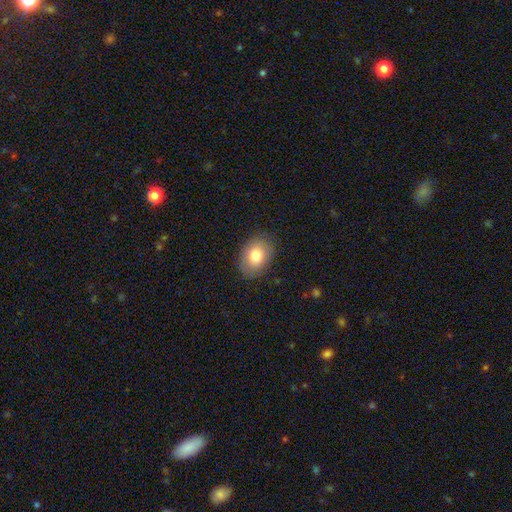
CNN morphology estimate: smooth-or-featured: smooth: 80% | featured or disk: 13% | star or artifact: 8%
  how-rounded: in between: 74% | round: 25% | cigar-shaped: 1%
  merging: none: 86% | minor disturbance: 11% | major disturbance: 3% | merger: 1%